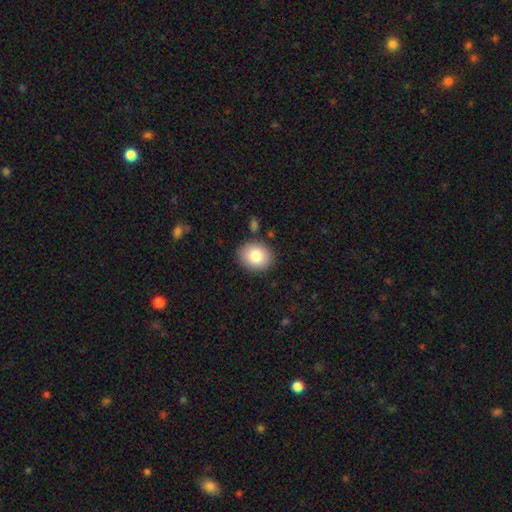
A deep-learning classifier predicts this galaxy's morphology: This appears to be a smooth galaxy with no disk features (83%) that is round (52%). Merging: none (86%).